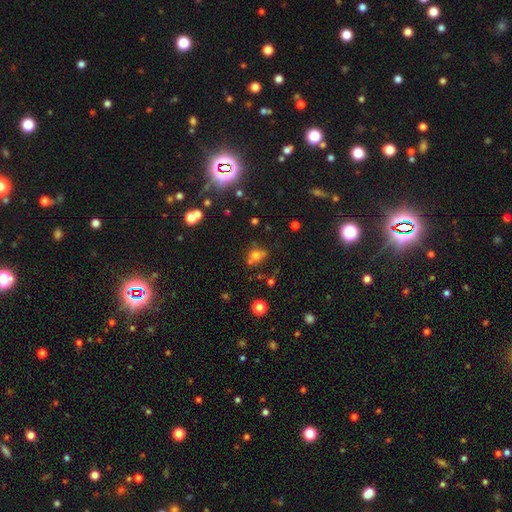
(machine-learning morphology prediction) Smooth or featured?
  - smooth: 63% *
  - star or artifact: 23%
  - featured or disk: 14%
How rounded?
  - round: 73% *
  - in between: 26%
  - cigar-shaped: 1%
Merging?
  - none: 54% *
  - merger: 26%
  - minor disturbance: 14%
  - major disturbance: 7%